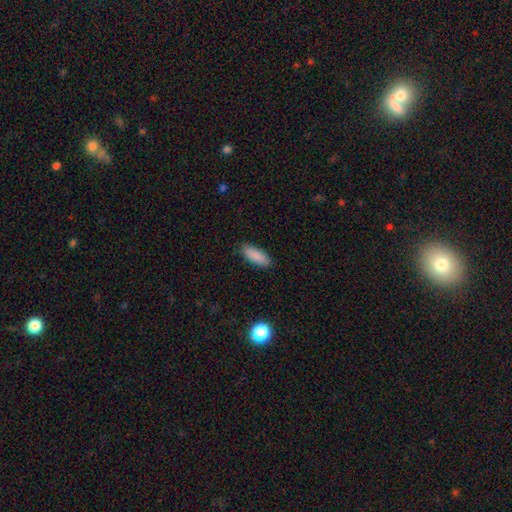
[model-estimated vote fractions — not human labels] smooth 88%, star or artifact 7%, featured or disk 5%. Down the decision tree: how rounded — in between (72%); merging — none (87%).